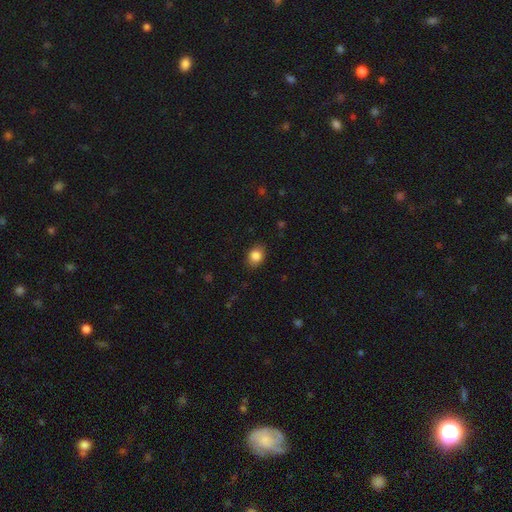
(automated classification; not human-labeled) The model was most divided on "how rounded": in between: 63%, round: 36%, cigar-shaped: 1%. More confident: smooth or featured — smooth (85%); merging — none (85%).